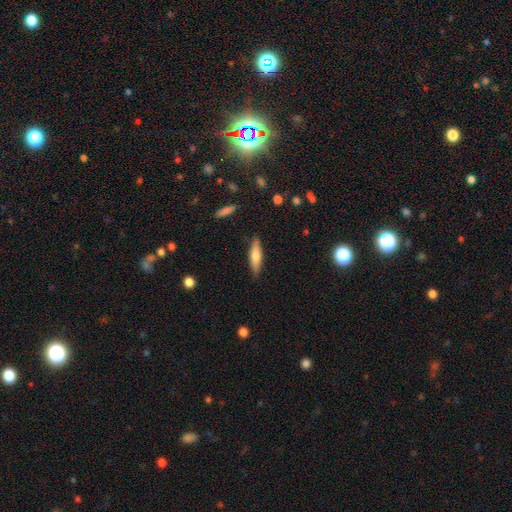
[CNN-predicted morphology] This appears to be a smooth galaxy with no disk features (65%) that is cigar-shaped (70%). Merging: none (84%).